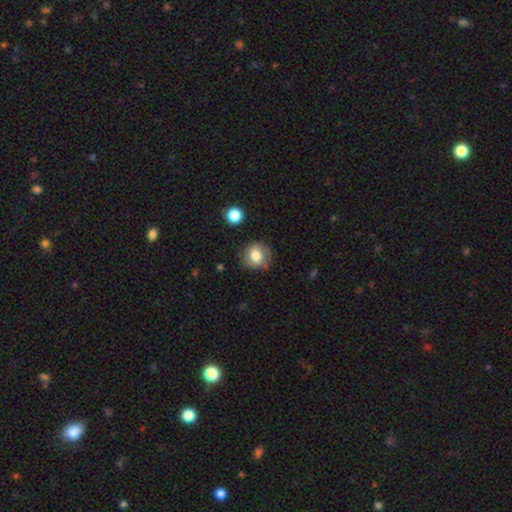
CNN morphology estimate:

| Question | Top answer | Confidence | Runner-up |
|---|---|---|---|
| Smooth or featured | smooth | 71% | featured or disk (20%) |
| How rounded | round | 81% | in between (18%) |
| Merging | none | 77% | minor disturbance (16%) |